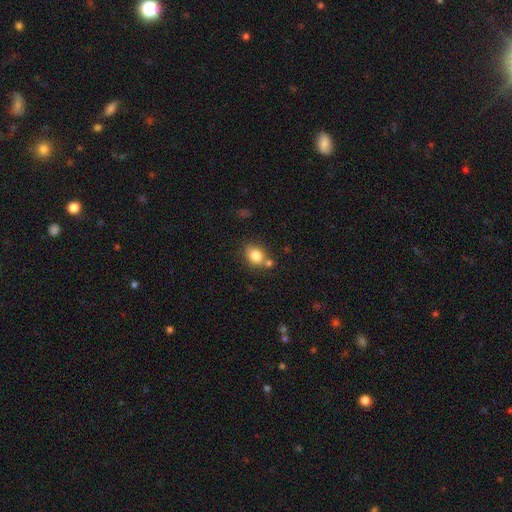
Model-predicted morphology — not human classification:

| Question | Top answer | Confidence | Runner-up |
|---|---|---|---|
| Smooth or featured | smooth | 83% | star or artifact (10%) |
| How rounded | round | 56% | in between (43%) |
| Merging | none | 68% | merger (15%) |